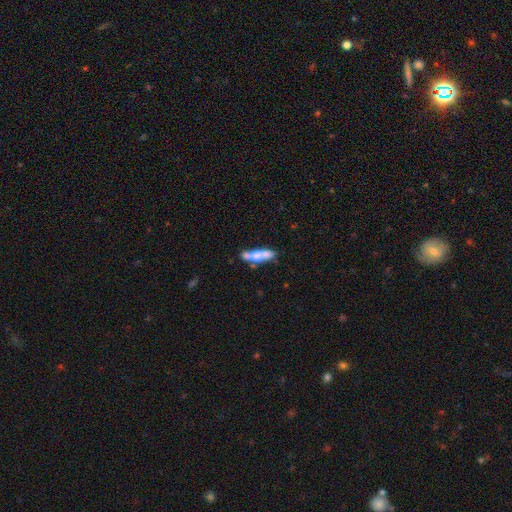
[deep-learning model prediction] smooth-or-featured: featured or disk: 47% | smooth: 46% | star or artifact: 7%
  merging: none: 48% | merger: 26% | minor disturbance: 18% | major disturbance: 8%